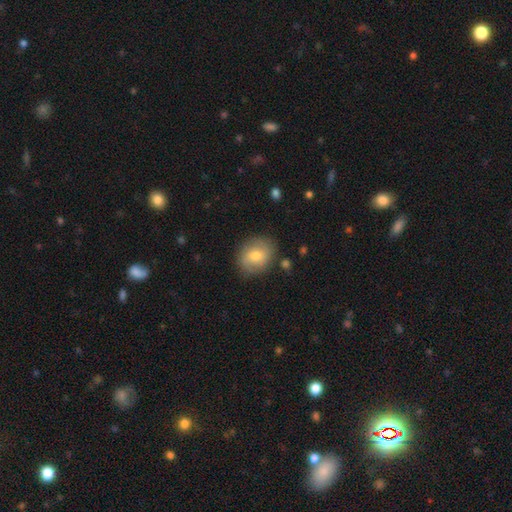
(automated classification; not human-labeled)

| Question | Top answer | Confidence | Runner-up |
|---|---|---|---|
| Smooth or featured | smooth | 71% | featured or disk (22%) |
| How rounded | round | 60% | in between (39%) |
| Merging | none | 80% | minor disturbance (14%) |